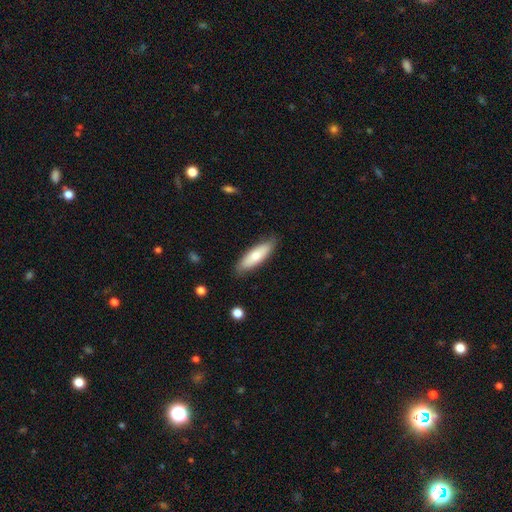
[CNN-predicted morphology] Overall: smooth (71%). How rounded: cigar-shaped (56%; in between 43%). Merging: none (85%).